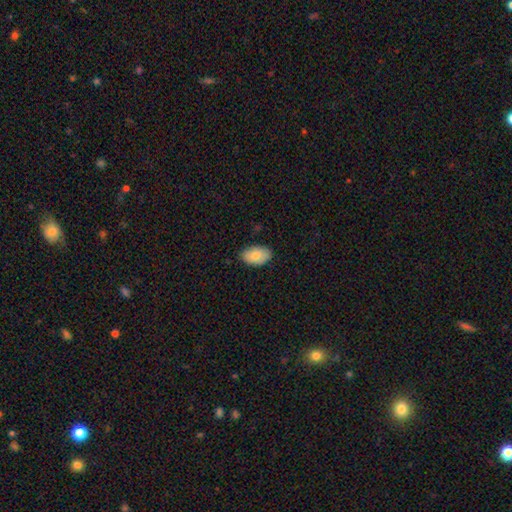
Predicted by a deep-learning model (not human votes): smooth-or-featured: smooth: 78% | featured or disk: 16% | star or artifact: 6%
  how-rounded: in between: 92% | round: 6% | cigar-shaped: 1%
  merging: none: 84% | minor disturbance: 13% | major disturbance: 2% | merger: 1%